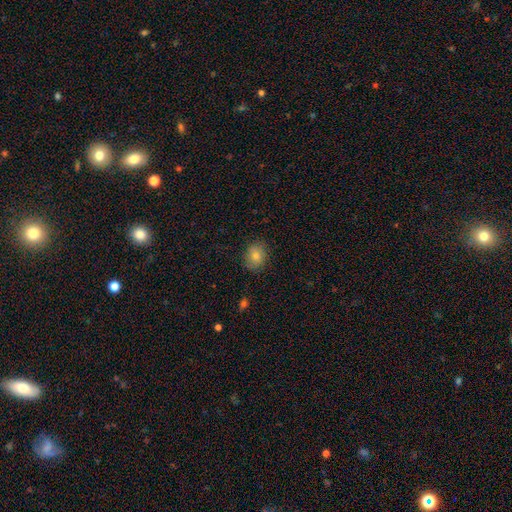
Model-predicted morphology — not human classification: A smooth galaxy with no disk features (81%) that is round (58%). Merging: none (80%).